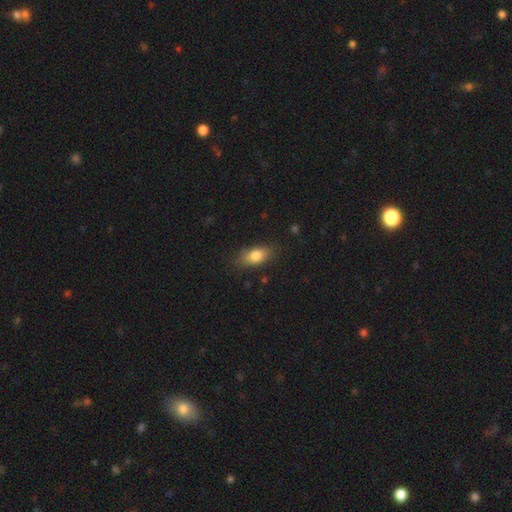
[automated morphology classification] Overall: smooth (79%). How rounded: in between (84%). Merging: none (80%).